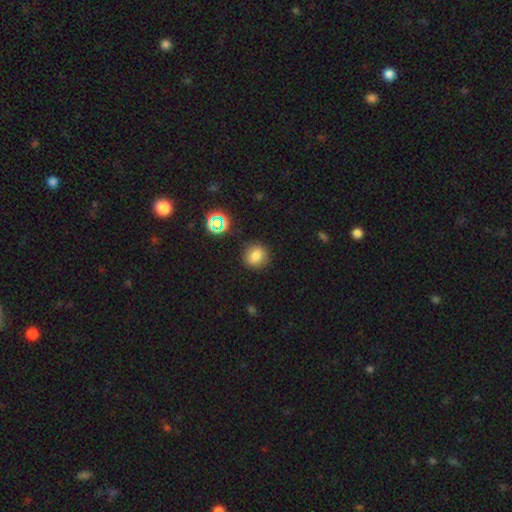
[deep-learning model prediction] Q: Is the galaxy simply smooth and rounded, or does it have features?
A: smooth — 78%.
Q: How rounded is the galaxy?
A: round — 75%.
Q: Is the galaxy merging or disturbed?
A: none — 85%.